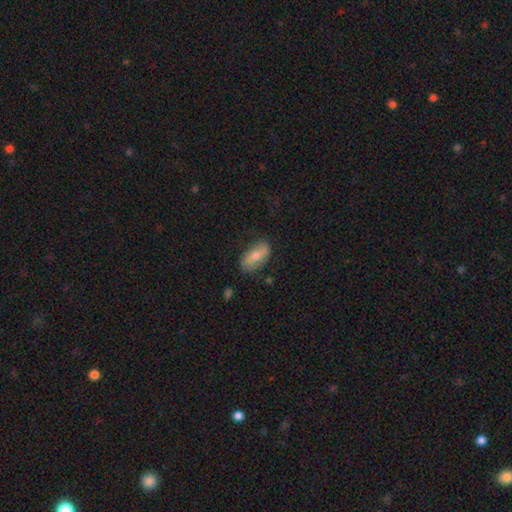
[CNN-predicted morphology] A smooth galaxy with no disk features (61%) that is in between round and cigar-shaped (89%). Merging: none (77%).